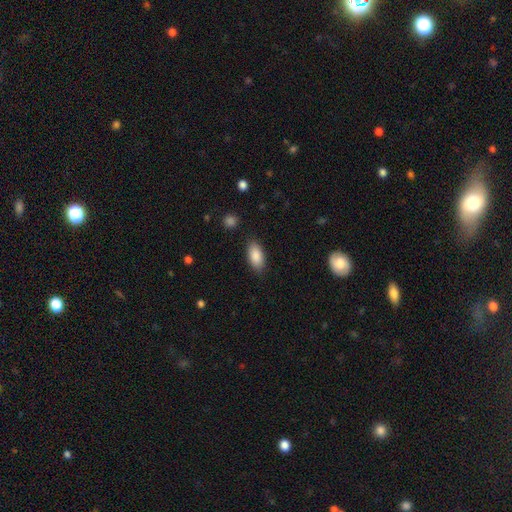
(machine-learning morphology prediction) smooth-or-featured: smooth: 88% | star or artifact: 6% | featured or disk: 6%
  how-rounded: in between: 91% | cigar-shaped: 7% | round: 3%
  merging: none: 85% | minor disturbance: 11% | major disturbance: 3% | merger: 1%